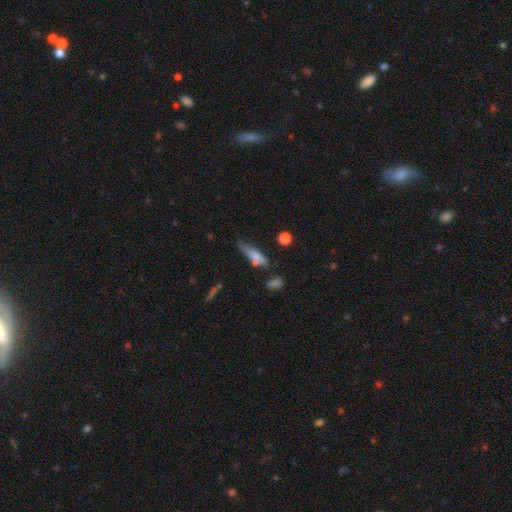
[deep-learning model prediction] This is likely a smooth galaxy (69%). How rounded: likely cigar-shaped (69%). Merging: possibly none (52%).